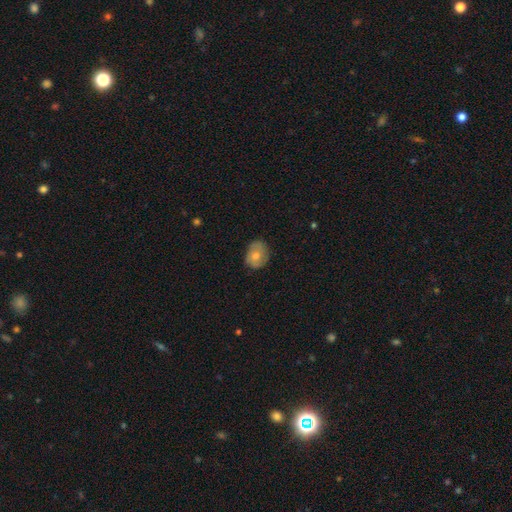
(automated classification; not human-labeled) Smooth or featured? smooth (69%)
How rounded? round (50%)
Merging? none (69%)